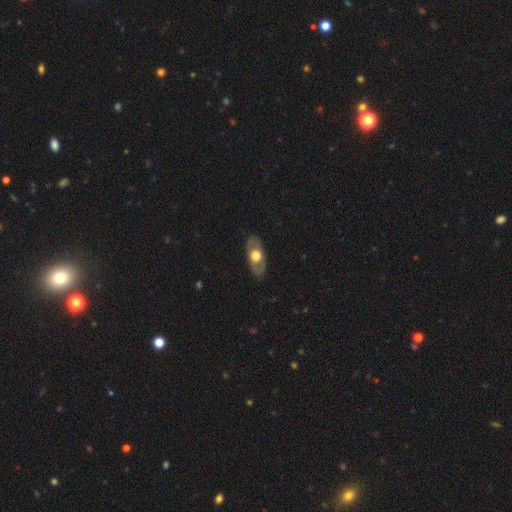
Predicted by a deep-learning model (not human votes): This is possibly a featured or disk galaxy (52%). It is likely not viewed edge-on (75%). Merging: clearly none (83%).